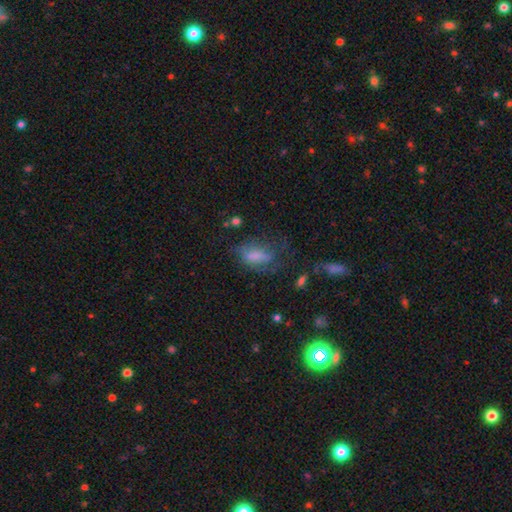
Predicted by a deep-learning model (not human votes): Smooth or featured: smooth — 57% (featured or disk — 30%)
How rounded: in between — 81% (cigar-shaped — 12%)
Merging: none — 39% (major disturbance — 32%)